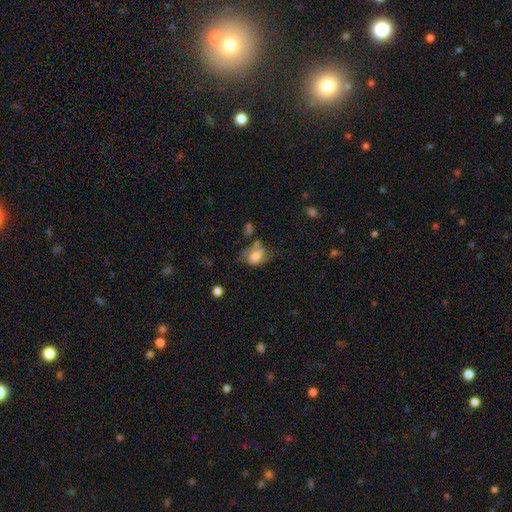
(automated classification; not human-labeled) Smooth or featured: smooth — 50% (featured or disk — 41%)
How rounded: in between — 76% (round — 22%)
Merging: none — 38% (minor disturbance — 28%)